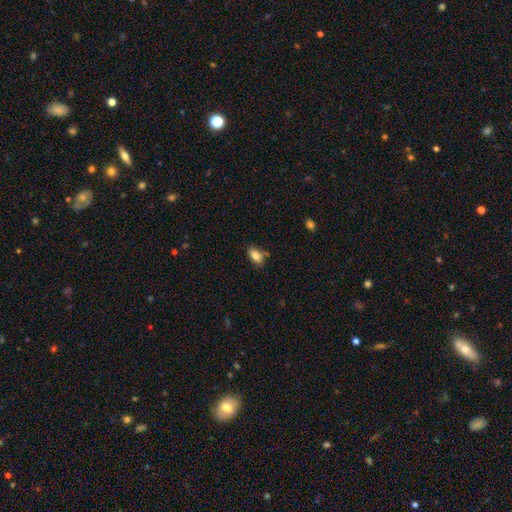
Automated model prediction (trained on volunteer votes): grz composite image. It shows a smooth galaxy with no disk features (83%) that is in between round and cigar-shaped (89%). Merging: none (72%).